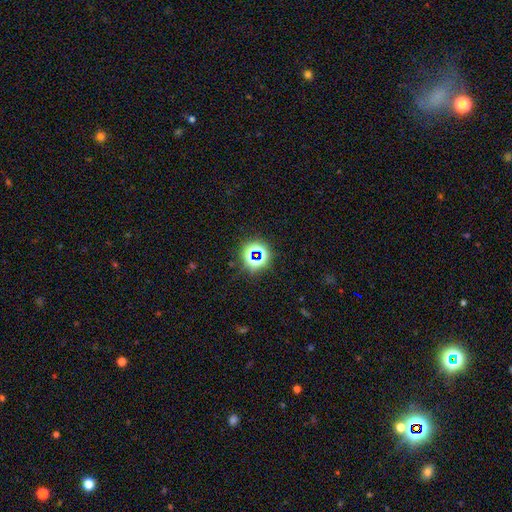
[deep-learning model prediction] Q: Smooth or featured?
A: star or artifact (70%); runner-up: smooth (21%)